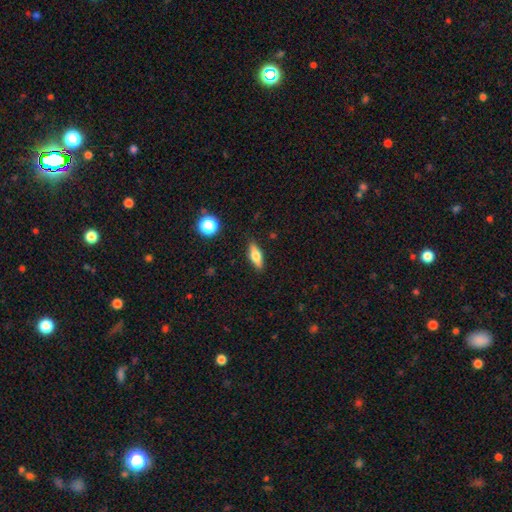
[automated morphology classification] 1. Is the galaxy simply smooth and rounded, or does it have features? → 61% smooth, 31% featured or disk, 8% star or artifact.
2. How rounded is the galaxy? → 59% in between, 37% cigar-shaped, 4% round.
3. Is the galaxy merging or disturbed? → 87% none, 9% minor disturbance, 2% major disturbance, 1% merger.